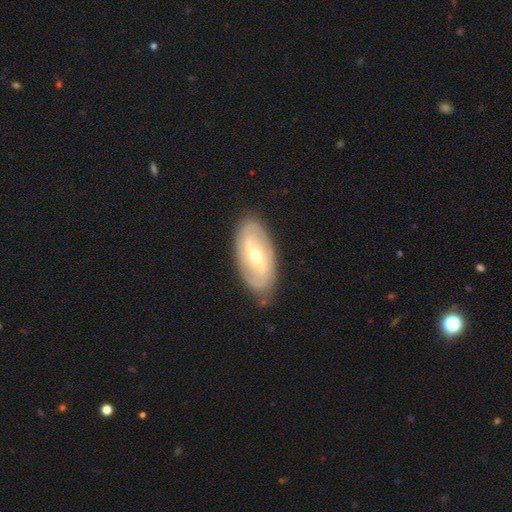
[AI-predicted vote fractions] A featured or disk galaxy (77%) with a weak bar (44%), 2 (75%) tight (38%) spiral arms (82%) and a moderate central bulge (50%).

Vote fractions:
- Smooth or featured? featured or disk: 77% / smooth: 18% / star or artifact: 5%
- Edge-on disk? no: 92% / yes: 8%
- Bar? weak: 44% / strong: 36% / no: 20%
- Spiral arms? yes: 82% / no: 18%
- Spiral winding? tight: 38% / medium: 37% / loose: 25%
- Spiral arm count? 2: 75% / can't tell: 16% / 3: 4% / 1: 2% / 4: 2% / more than 4: 1%
- Bulge size? moderate: 50% / small: 46% / large: 2% / none: 1% / dominant: 1%
- Merging? none: 82% / minor disturbance: 13% / major disturbance: 3% / merger: 1%